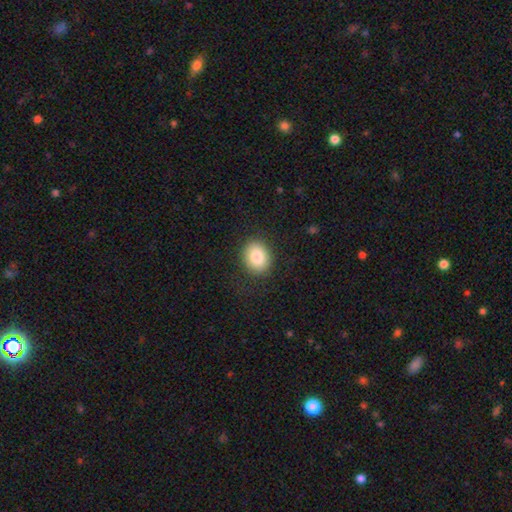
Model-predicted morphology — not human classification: smooth_or_featured: smooth (p=0.84) [alt: featured or disk p=0.08]
how_rounded: round (p=0.58) [alt: in between p=0.42]
merging: none (p=0.87) [alt: minor disturbance p=0.09]